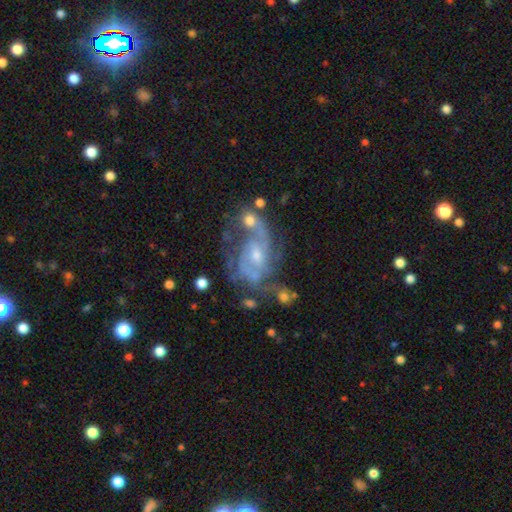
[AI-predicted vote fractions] A featured or disk galaxy (86%) with no bar (49%), 2 (56%) medium (48%) spiral arms (93%) and a small central bulge (55%).

Vote fractions:
- Smooth or featured? featured or disk: 86% / star or artifact: 7% / smooth: 7%
- Edge-on disk? no: 97% / yes: 3%
- Bar? no: 49% / weak: 41% / strong: 10%
- Spiral arms? yes: 93% / no: 7%
- Spiral winding? medium: 48% / tight: 35% / loose: 17%
- Spiral arm count? 2: 56% / can't tell: 18% / 3: 13% / 1: 5% / 4: 4% / more than 4: 3%
- Bulge size? small: 55% / moderate: 38% / none: 4% / large: 2% / dominant: 1%
- Merging? none: 45% / minor disturbance: 20% / major disturbance: 19% / merger: 16%